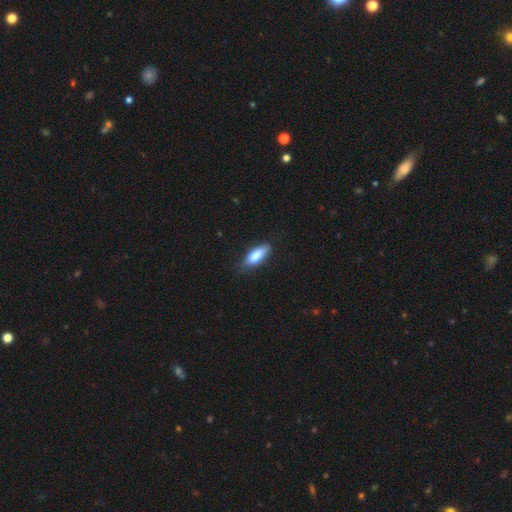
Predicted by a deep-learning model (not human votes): Smooth or featured?
  - smooth: 78% *
  - featured or disk: 16%
  - star or artifact: 6%
How rounded?
  - in between: 60% *
  - cigar-shaped: 38%
  - round: 2%
Merging?
  - none: 72% *
  - minor disturbance: 22%
  - major disturbance: 4%
  - merger: 1%